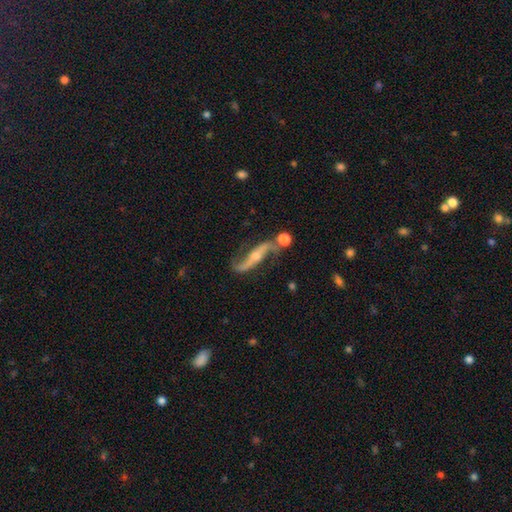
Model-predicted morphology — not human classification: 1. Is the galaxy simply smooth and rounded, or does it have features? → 87% featured or disk, 8% smooth, 6% star or artifact.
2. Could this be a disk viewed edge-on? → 80% no, 20% yes.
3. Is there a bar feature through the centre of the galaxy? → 45% no, 28% strong, 27% weak.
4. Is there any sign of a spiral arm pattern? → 95% yes, 5% no.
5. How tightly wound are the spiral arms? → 85% loose, 11% medium, 4% tight.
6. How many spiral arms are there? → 92% 2, 3% 1, 2% can't tell, 1% 3, 1% 4, 1% more than 4.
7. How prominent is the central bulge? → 49% small, 41% moderate, 5% none, 3% large, 2% dominant.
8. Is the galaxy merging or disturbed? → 64% none, 17% minor disturbance, 10% merger, 9% major disturbance.